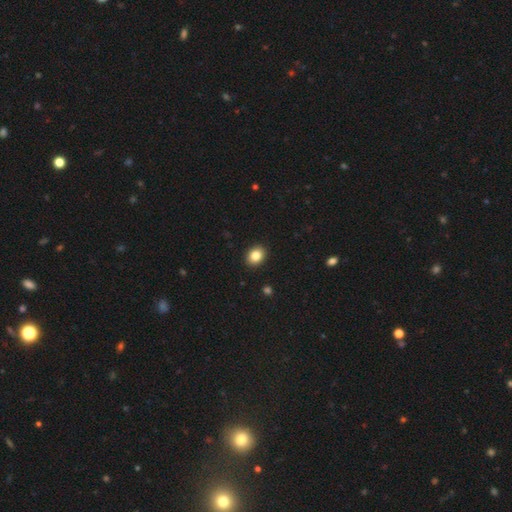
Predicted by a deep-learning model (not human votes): Smooth or featured?
  - smooth: 85% *
  - star or artifact: 9%
  - featured or disk: 6%
How rounded?
  - in between: 53% *
  - round: 47%
  - cigar-shaped: 1%
Merging?
  - none: 91% *
  - minor disturbance: 6%
  - major disturbance: 2%
  - merger: 1%